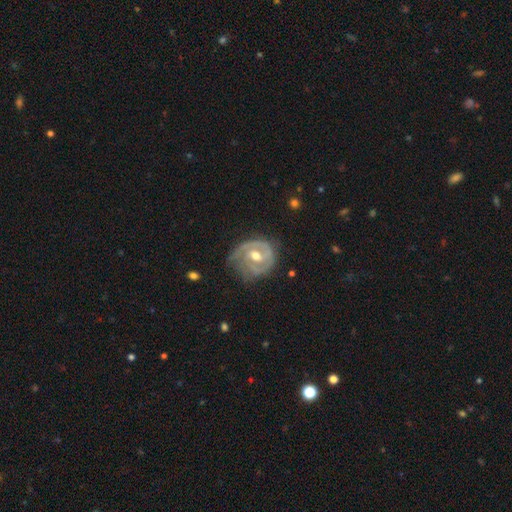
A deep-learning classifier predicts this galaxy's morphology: Overall: featured or disk (85%). Edge-on disk: no (97%). Bar: no (44%; weak 42%). Spiral arms: yes (91%). Spiral arm count: 2 (49%; can't tell 18%). Spiral winding: tight (61%; medium 30%). Bulge size: moderate (79%). Merging: none (58%; minor disturbance 27%).